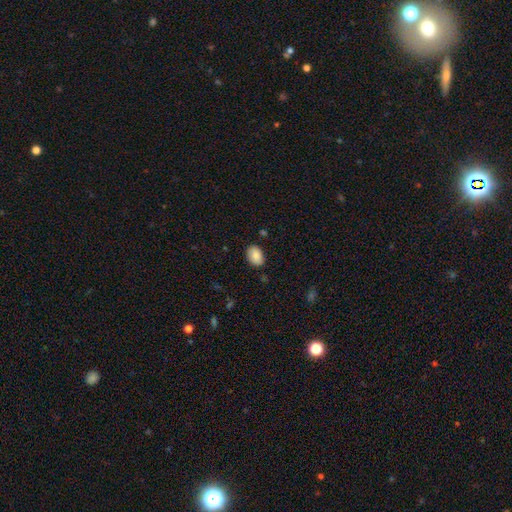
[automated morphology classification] Smooth or featured? Predicted: smooth (p=0.87). How rounded? Predicted: in between (p=0.83). Merging? Predicted: none (p=0.85).